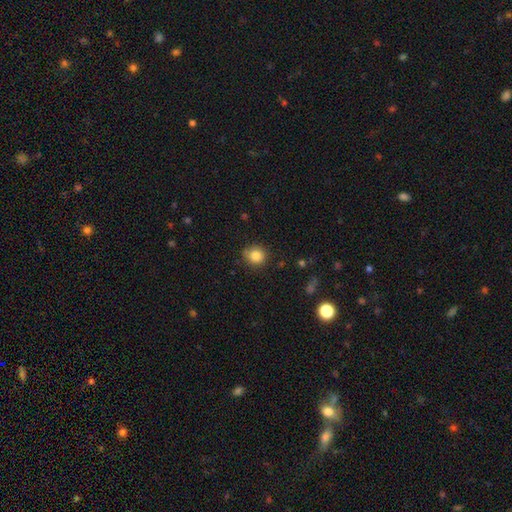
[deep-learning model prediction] A smooth galaxy with no disk features (84%) that is round (90%).

Vote fractions:
- Smooth or featured? smooth: 84% / star or artifact: 11% / featured or disk: 5%
- How rounded? round: 90% / in between: 10% / cigar-shaped: 1%
- Merging? none: 80% / minor disturbance: 15% / major disturbance: 3% / merger: 2%